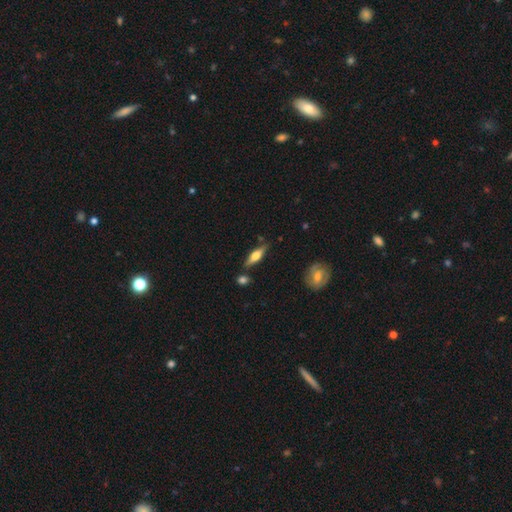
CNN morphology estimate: featured or disk 50%, smooth 45%, star or artifact 6%. Down the decision tree: merging — none (79%).